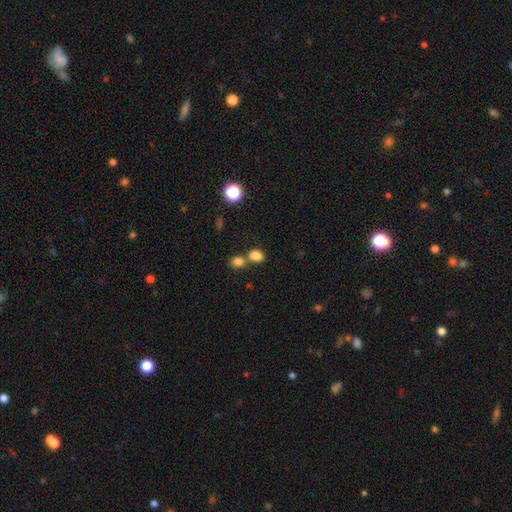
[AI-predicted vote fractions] Morphology: type=smooth (82%); roundness=in between (61%); merging=none (46%).